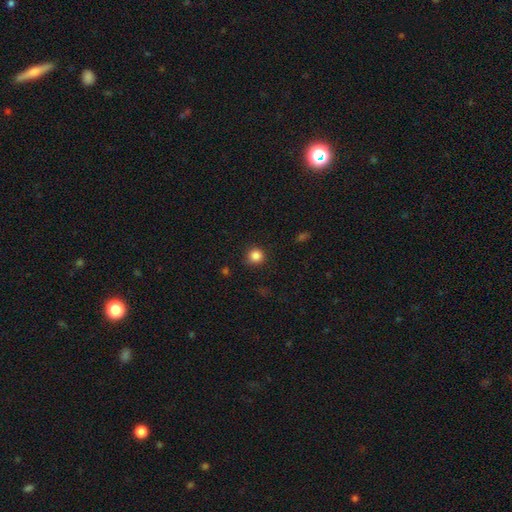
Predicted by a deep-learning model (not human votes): This appears to be a smooth galaxy with no disk features (85%) that is round (92%). Merging: none (87%).